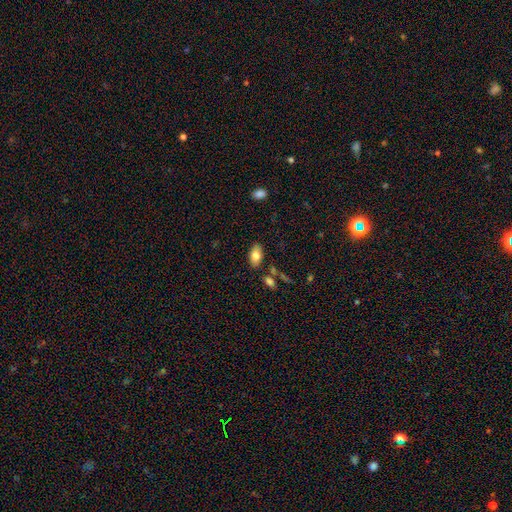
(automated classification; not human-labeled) Morphology: type=smooth (78%); roundness=in between (92%); merging=none (82%).